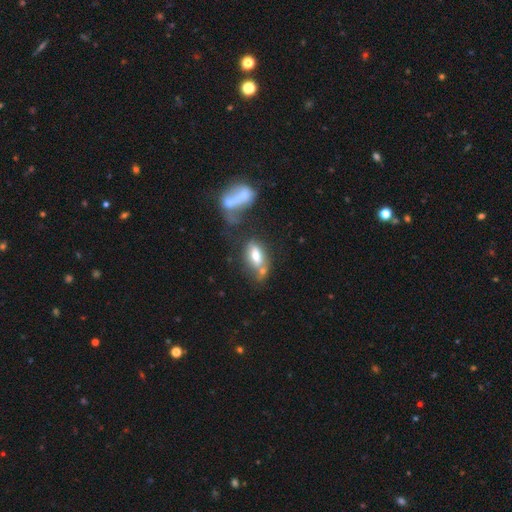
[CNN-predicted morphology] The model was most divided on "merging": merger: 38%, none: 34%, minor disturbance: 16%, major disturbance: 11%. More confident: how rounded — in between (85%); smooth or featured — smooth (65%).